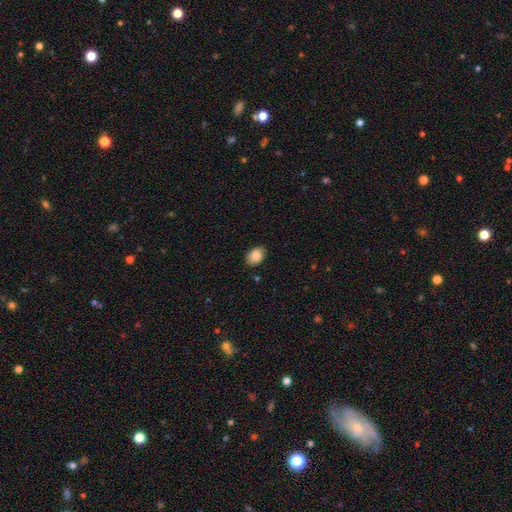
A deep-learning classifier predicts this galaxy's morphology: This is clearly a smooth galaxy (86%). How rounded: likely in between (78%). Merging: clearly none (83%).